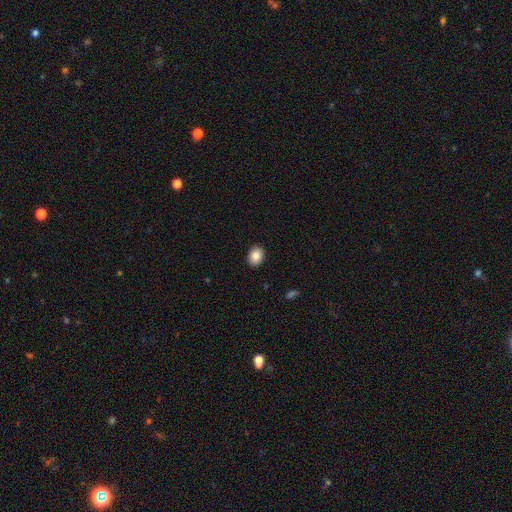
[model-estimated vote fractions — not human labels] Smooth or featured? smooth (87%)
How rounded? in between (64%)
Merging? none (90%)